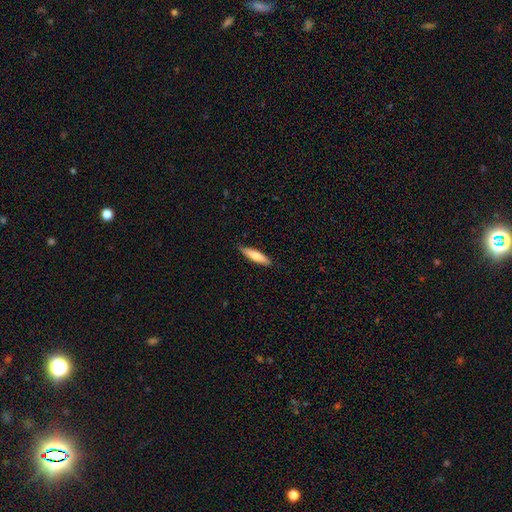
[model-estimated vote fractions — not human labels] Overall: smooth (71%). How rounded: cigar-shaped (75%). Merging: none (86%).